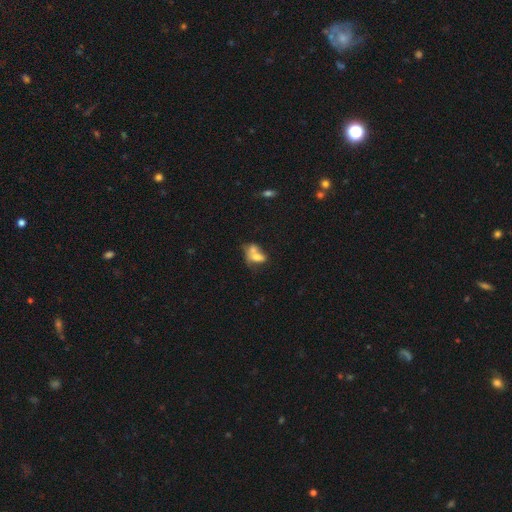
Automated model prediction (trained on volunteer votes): A smooth galaxy with no disk features (63%) that is in between round and cigar-shaped (78%).

Vote fractions:
- Smooth or featured? smooth: 63% / featured or disk: 26% / star or artifact: 11%
- How rounded? in between: 78% / round: 18% / cigar-shaped: 4%
- Merging? merger: 63% / none: 19% / minor disturbance: 10% / major disturbance: 9%